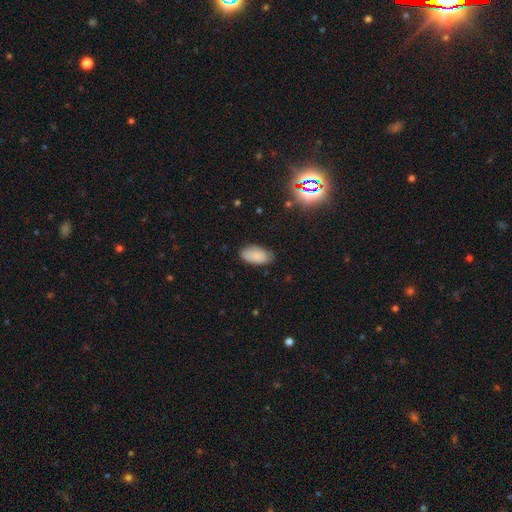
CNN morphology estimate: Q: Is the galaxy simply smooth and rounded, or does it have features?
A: smooth — 84%.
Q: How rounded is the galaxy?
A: in between — 94%.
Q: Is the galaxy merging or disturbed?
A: none — 76%.